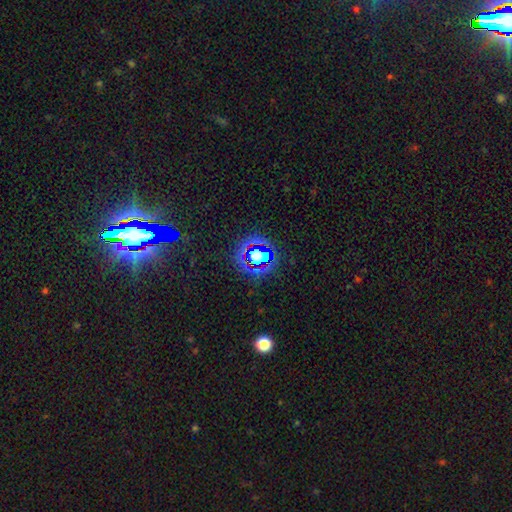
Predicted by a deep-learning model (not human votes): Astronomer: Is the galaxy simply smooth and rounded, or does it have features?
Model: star or artifact — 59%.